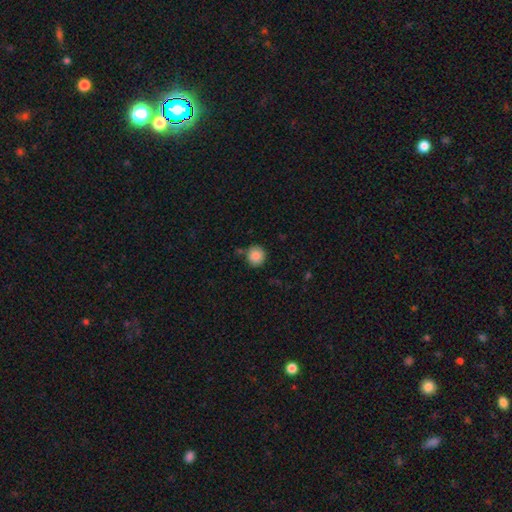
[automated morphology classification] Smooth or featured: smooth — 88% (star or artifact — 9%)
How rounded: round — 89% (in between — 10%)
Merging: none — 79% (minor disturbance — 12%)